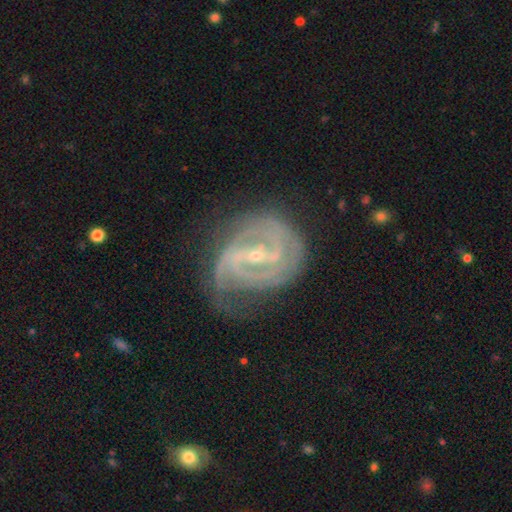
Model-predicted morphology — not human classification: Smooth or featured?
  - featured or disk: 90% *
  - star or artifact: 5%
  - smooth: 5%
Edge-on disk?
  - no: 97% *
  - yes: 3%
Bar?
  - strong: 46% *
  - weak: 40%
  - no: 14%
Spiral arms?
  - yes: 97% *
  - no: 3%
Spiral winding?
  - tight: 54% *
  - medium: 38%
  - loose: 8%
Spiral arm count?
  - 2: 45% *
  - 3: 21%
  - can't tell: 17%
  - 4: 8%
  - 1: 5%
  - more than 4: 5%
Bulge size?
  - small: 75% *
  - moderate: 22%
  - none: 1%
  - large: 1%
  - dominant: 1%
Merging?
  - none: 56% *
  - minor disturbance: 26%
  - major disturbance: 16%
  - merger: 2%